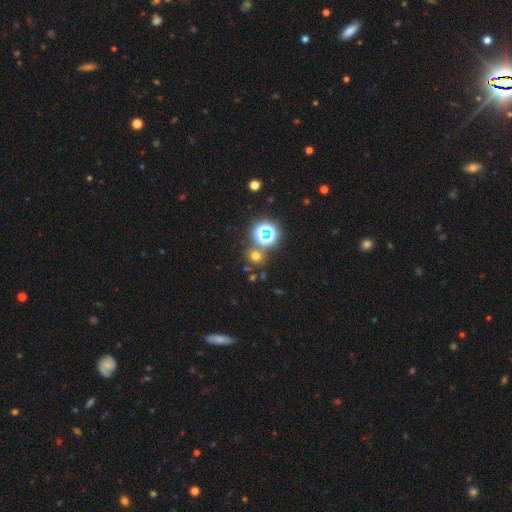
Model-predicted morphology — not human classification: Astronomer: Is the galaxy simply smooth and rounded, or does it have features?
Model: smooth — 56% (runner-up: star or artifact, 36%).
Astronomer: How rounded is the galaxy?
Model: round — 84%.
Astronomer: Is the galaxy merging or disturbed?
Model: none — 75%.